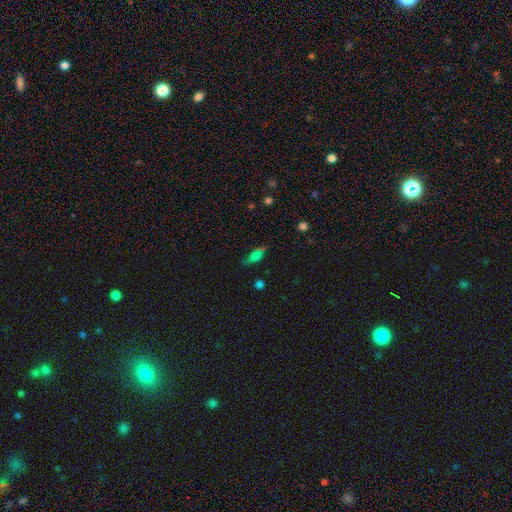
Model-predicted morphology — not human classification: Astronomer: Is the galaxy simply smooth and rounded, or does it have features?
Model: smooth — 64%.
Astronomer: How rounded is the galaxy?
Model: in between — 70%.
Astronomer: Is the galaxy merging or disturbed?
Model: none — 63%.